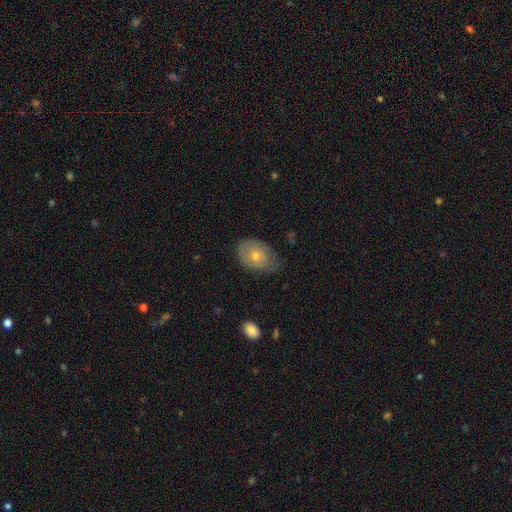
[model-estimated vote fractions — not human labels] Smooth or featured? Predicted: smooth (p=0.48). Merging? Predicted: none (p=0.68).